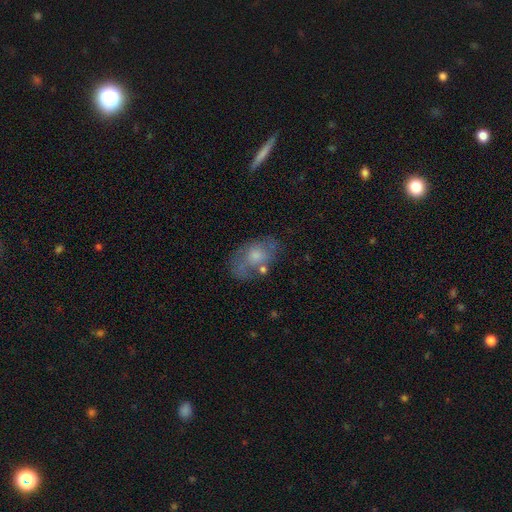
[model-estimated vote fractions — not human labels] Morphology: type=smooth (48%); merging=none (55%).